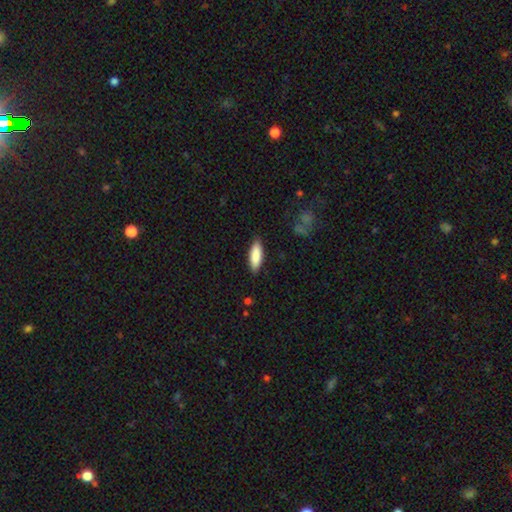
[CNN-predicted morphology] type=smooth (87%); roundness=in between (60%); merging=none (86%).